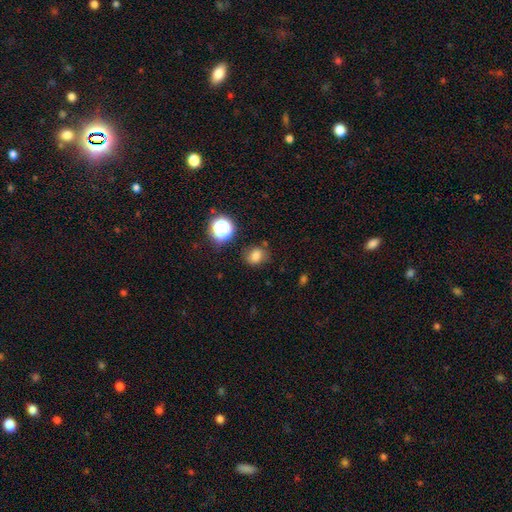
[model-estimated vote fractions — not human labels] Smooth or featured: smooth — 76% (star or artifact — 16%)
How rounded: round — 59% (in between — 40%)
Merging: none — 73% (minor disturbance — 18%)